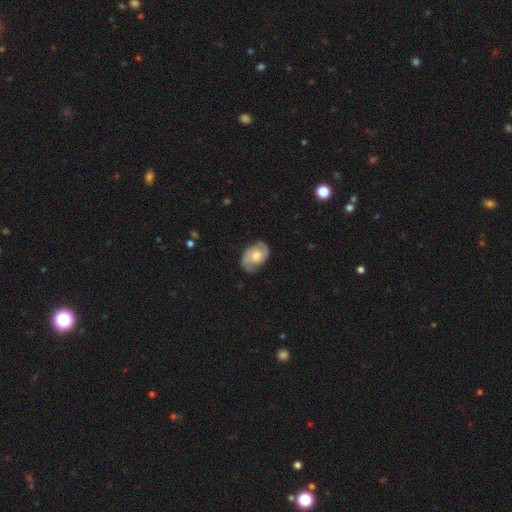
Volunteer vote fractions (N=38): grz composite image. It shows a featured or disk galaxy (74%) with no bar (54%), 2 (93%) medium (56%) spiral arms (96%) and a moderate central bulge (68%). Merging: none (83%).